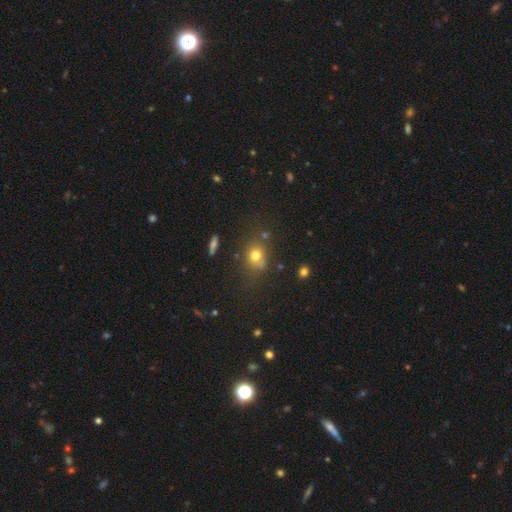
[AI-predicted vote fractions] smooth_or_featured: smooth (p=0.73) [alt: star or artifact p=0.16]
how_rounded: round (p=0.62) [alt: in between p=0.36]
merging: none (p=0.65) [alt: minor disturbance p=0.19]